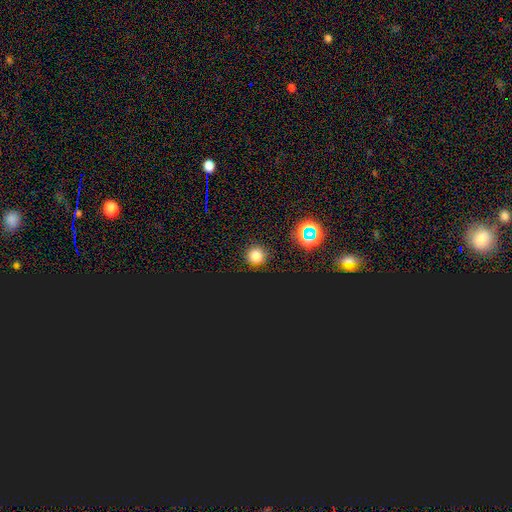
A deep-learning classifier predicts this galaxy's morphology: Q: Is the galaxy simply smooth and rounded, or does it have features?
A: smooth — 67%.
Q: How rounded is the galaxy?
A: round — 94%.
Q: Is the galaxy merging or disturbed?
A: none — 88%.